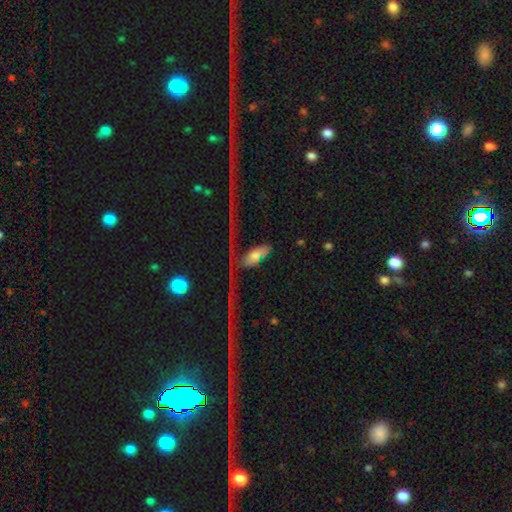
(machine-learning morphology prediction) Smooth or featured: smooth — 59% (featured or disk — 26%)
How rounded: in between — 84% (cigar-shaped — 11%)
Merging: none — 34% (tied with major disturbance — 34%)